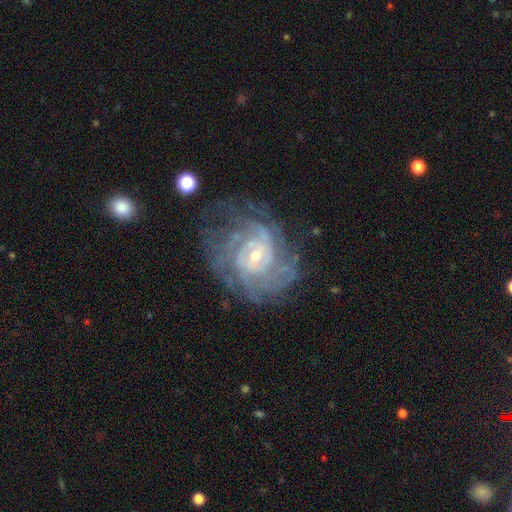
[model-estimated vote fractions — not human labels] Smooth or featured? featured or disk (87%)
Edge-on disk? no (97%)
Bar? no (51%)
Spiral arms? yes (95%)
Spiral winding? tight (67%)
Spiral arm count? can't tell (37%)
Bulge size? small (67%)
Merging? none (65%)